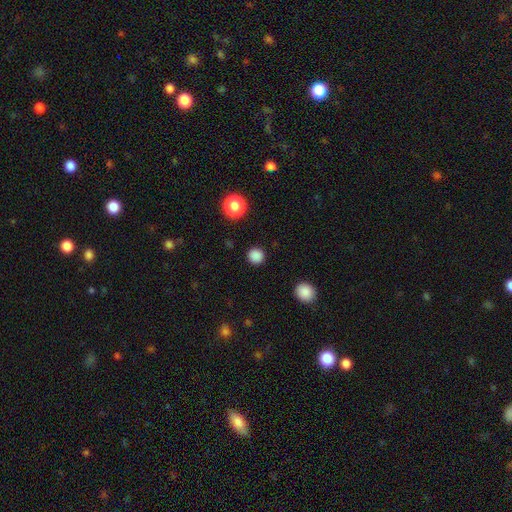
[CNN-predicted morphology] smooth_or_featured: smooth (p=0.86) [alt: star or artifact p=0.12]
how_rounded: round (p=0.93) [alt: in between p=0.06]
merging: none (p=0.91) [alt: minor disturbance p=0.05]